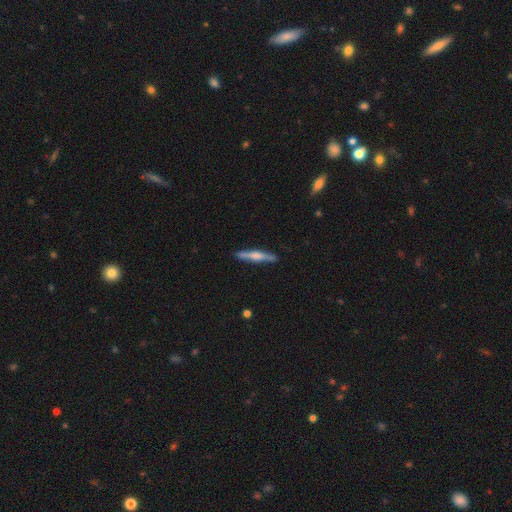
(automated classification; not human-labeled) Smooth or featured?
  - featured or disk: 53% *
  - smooth: 41%
  - star or artifact: 6%
Edge-on disk?
  - yes: 96% *
  - no: 4%
Edge-on bulge?
  - rounded: 60% *
  - boxy: 26%
  - none: 14%
Merging?
  - none: 86% *
  - minor disturbance: 10%
  - major disturbance: 2%
  - merger: 2%